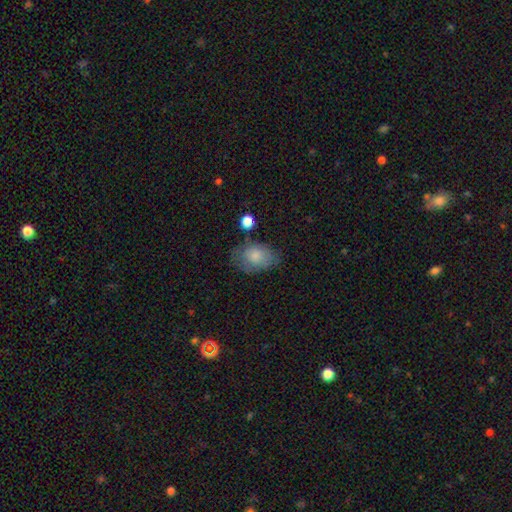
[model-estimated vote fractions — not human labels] Smooth or featured? smooth (79%)
How rounded? in between (82%)
Merging? none (61%)